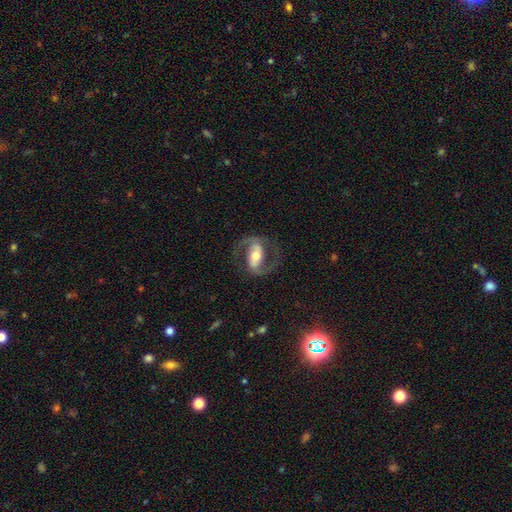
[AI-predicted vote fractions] Overall: featured or disk (85%). Edge-on disk: no (96%). Bar: strong (49%; weak 31%). Spiral arms: yes (94%). Spiral arm count: 2 (92%). Spiral winding: medium (57%; loose 25%). Bulge size: moderate (66%). Merging: none (77%).